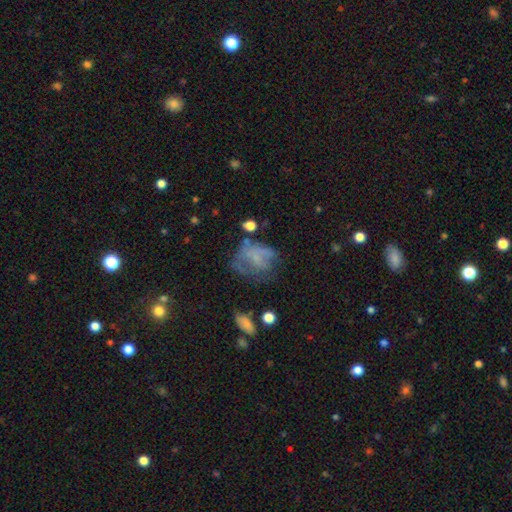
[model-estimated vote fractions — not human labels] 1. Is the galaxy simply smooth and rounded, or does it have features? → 46% smooth, 38% featured or disk, 16% star or artifact.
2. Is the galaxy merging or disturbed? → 35% none, 34% major disturbance, 25% minor disturbance, 6% merger.